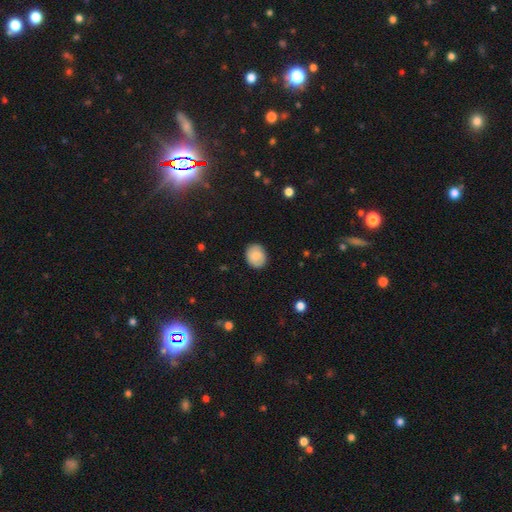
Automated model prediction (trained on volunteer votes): smooth-or-featured: smooth: 84% | featured or disk: 9% | star or artifact: 7%
  how-rounded: round: 61% | in between: 38% | cigar-shaped: 1%
  merging: none: 88% | minor disturbance: 9% | major disturbance: 2% | merger: 1%